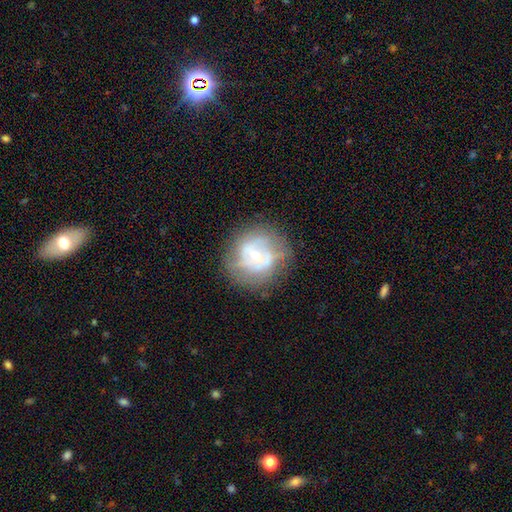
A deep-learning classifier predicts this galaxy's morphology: Overall: featured or disk (66%; smooth 26%). Edge-on disk: no (97%). Bar: no (52%; weak 35%). Spiral arms: yes (60%; no 40%). Bulge size: small (54%; moderate 41%). Merging: none (70%).